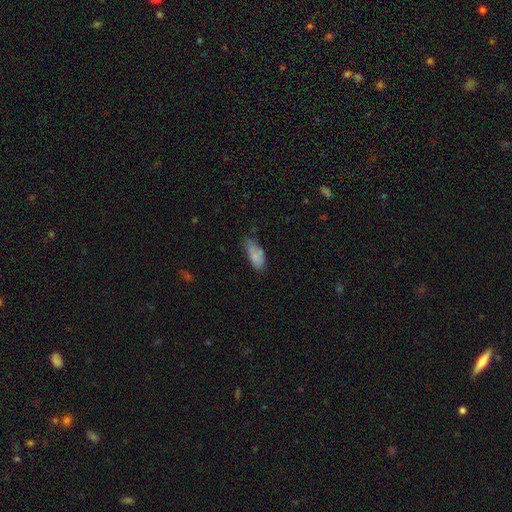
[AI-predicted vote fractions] A smooth galaxy with no disk features (77%) that is in between round and cigar-shaped (84%). Merging: none (44%).